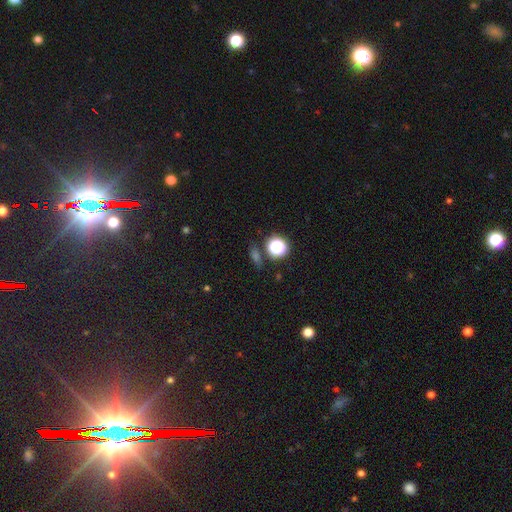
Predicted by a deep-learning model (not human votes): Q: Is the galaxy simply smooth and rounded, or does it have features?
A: star or artifact — 45%.